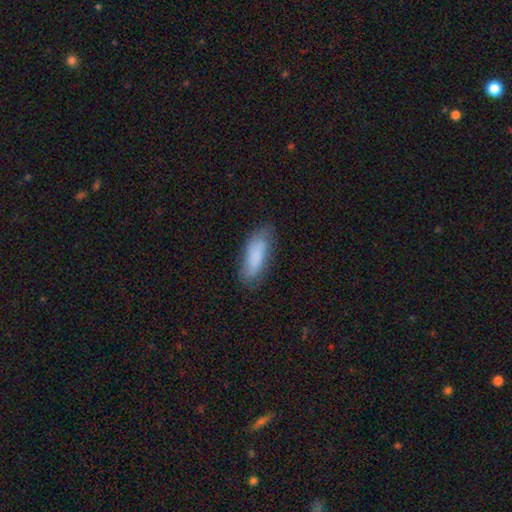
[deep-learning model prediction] Smooth or featured: smooth — 79% (featured or disk — 15%)
How rounded: in between — 64% (cigar-shaped — 34%)
Merging: none — 72% (minor disturbance — 21%)